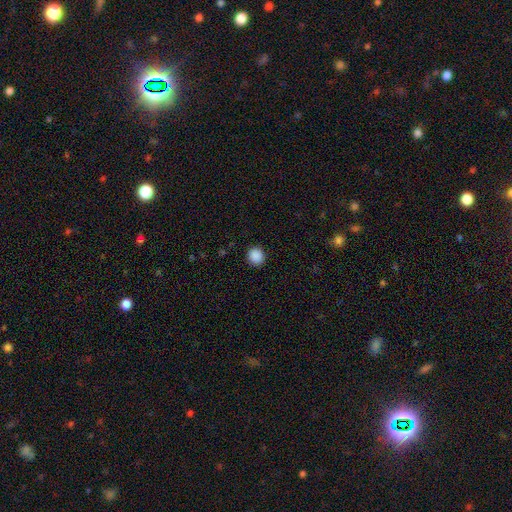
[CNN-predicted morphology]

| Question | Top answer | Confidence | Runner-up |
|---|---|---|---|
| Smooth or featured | smooth | 89% | star or artifact (9%) |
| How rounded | round | 88% | in between (11%) |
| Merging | none | 91% | minor disturbance (6%) |